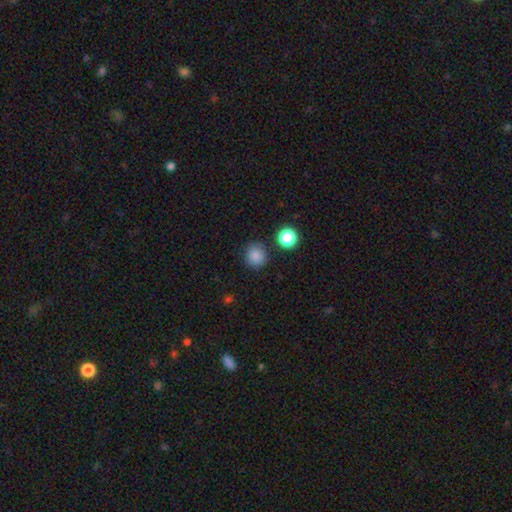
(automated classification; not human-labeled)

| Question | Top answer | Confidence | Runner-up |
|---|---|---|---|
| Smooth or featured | smooth | 85% | star or artifact (11%) |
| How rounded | round | 87% | in between (12%) |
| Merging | none | 83% | minor disturbance (11%) |